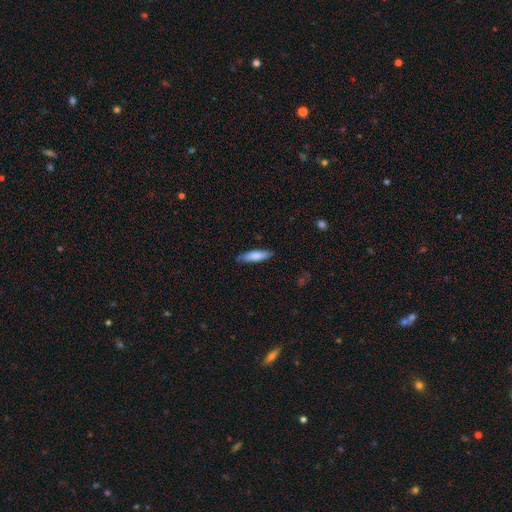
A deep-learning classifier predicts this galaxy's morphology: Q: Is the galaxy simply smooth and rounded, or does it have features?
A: smooth — 76%.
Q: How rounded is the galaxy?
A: cigar-shaped — 73%.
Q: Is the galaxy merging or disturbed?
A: none — 84%.